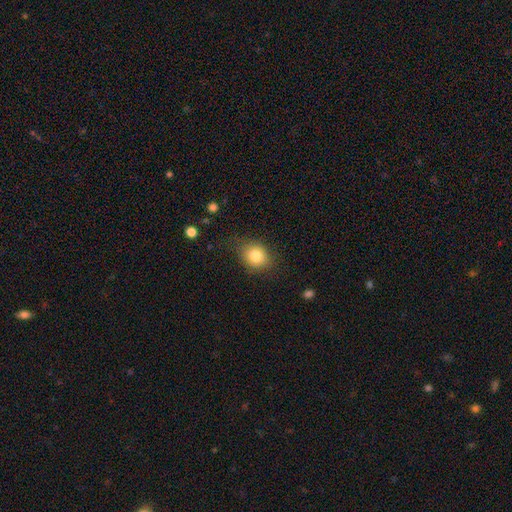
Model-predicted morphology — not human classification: Smooth or featured: smooth — 82% (star or artifact — 9%)
How rounded: round — 62% (in between — 37%)
Merging: none — 76% (minor disturbance — 17%)